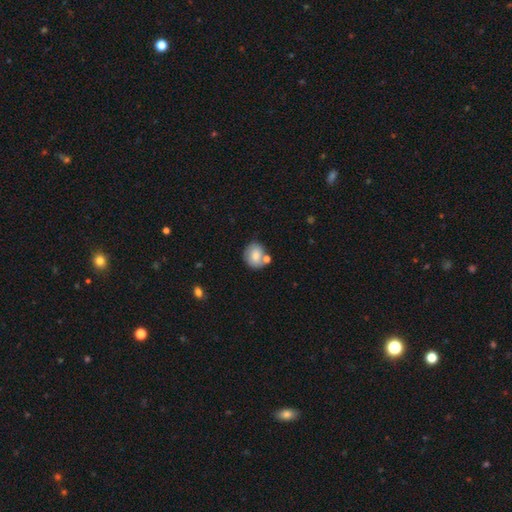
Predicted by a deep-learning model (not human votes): smooth_or_featured: smooth (p=0.77) [alt: featured or disk p=0.15]
how_rounded: round (p=0.72) [alt: in between p=0.27]
merging: none (p=0.61) [alt: merger p=0.20]